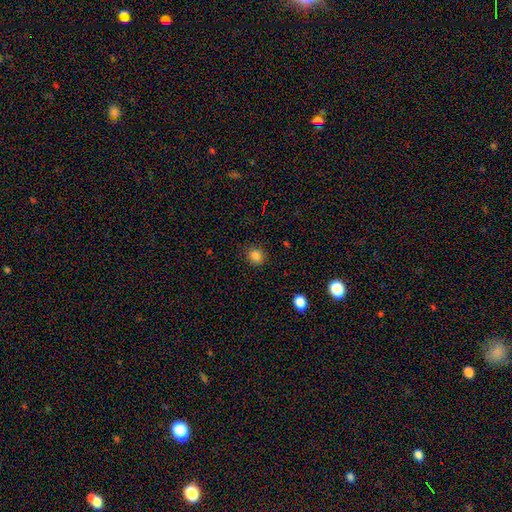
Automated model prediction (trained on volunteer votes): This is clearly a smooth galaxy (84%). How rounded: likely round (73%). Merging: clearly none (88%).